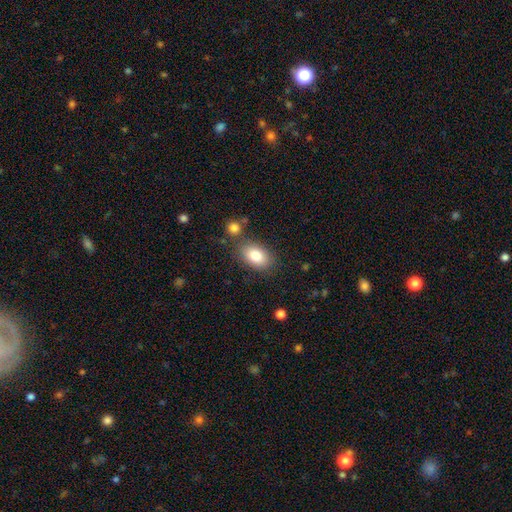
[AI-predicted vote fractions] This is clearly a smooth galaxy (82%). How rounded: clearly in between (88%). Merging: likely none (76%).